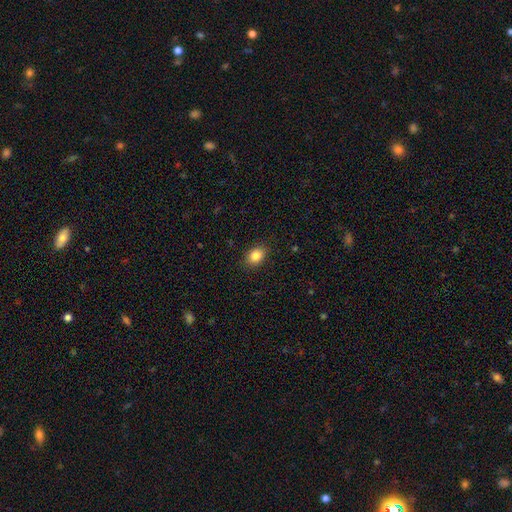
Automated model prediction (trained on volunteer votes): Overall: smooth (86%). How rounded: in between (69%). Merging: none (88%).